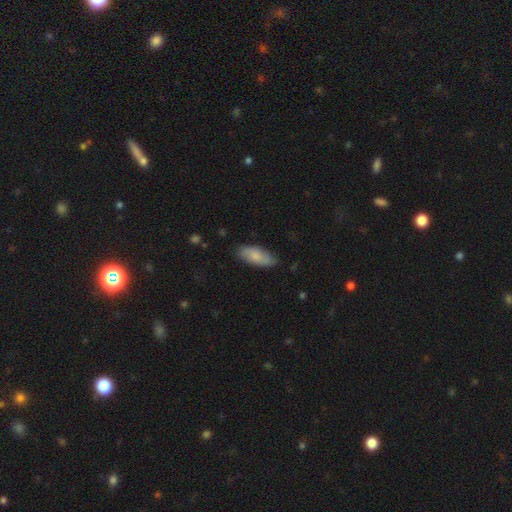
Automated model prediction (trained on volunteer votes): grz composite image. It shows a smooth galaxy with no disk features (76%) that is in between round and cigar-shaped (84%). Merging: none (81%).